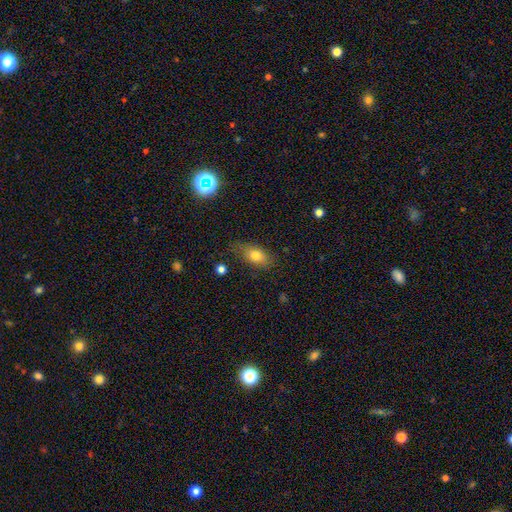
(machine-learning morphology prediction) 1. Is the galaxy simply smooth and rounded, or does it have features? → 77% smooth, 14% featured or disk, 10% star or artifact.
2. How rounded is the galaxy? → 82% in between, 13% round, 5% cigar-shaped.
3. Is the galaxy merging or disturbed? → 71% none, 21% minor disturbance, 7% major disturbance, 2% merger.